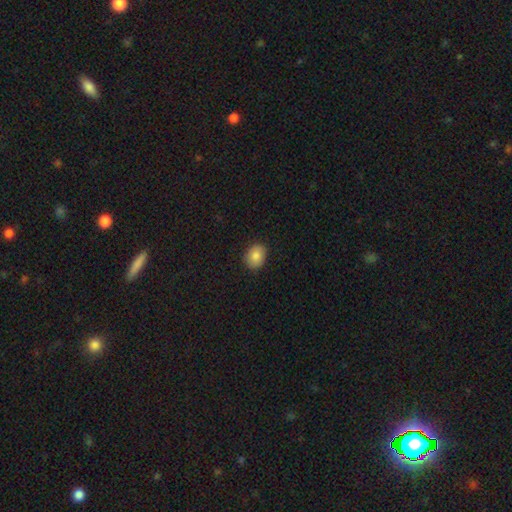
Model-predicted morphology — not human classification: The model was most divided on "how rounded": in between: 56%, round: 43%, cigar-shaped: 1%. More confident: merging — none (88%); smooth or featured — smooth (86%).